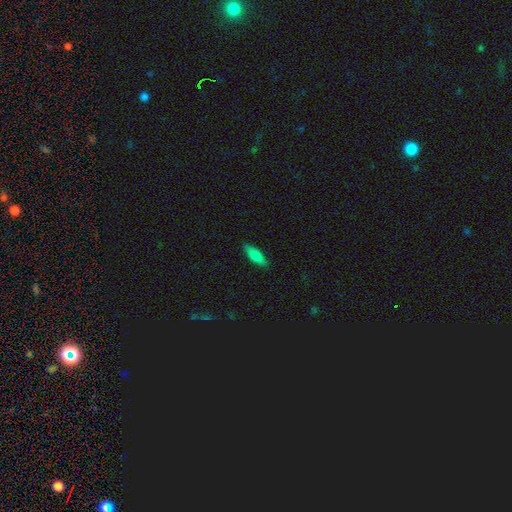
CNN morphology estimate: smooth-or-featured: smooth: 78% | featured or disk: 15% | star or artifact: 7%
  how-rounded: in between: 55% | cigar-shaped: 43% | round: 2%
  merging: none: 87% | minor disturbance: 10% | major disturbance: 2% | merger: 1%